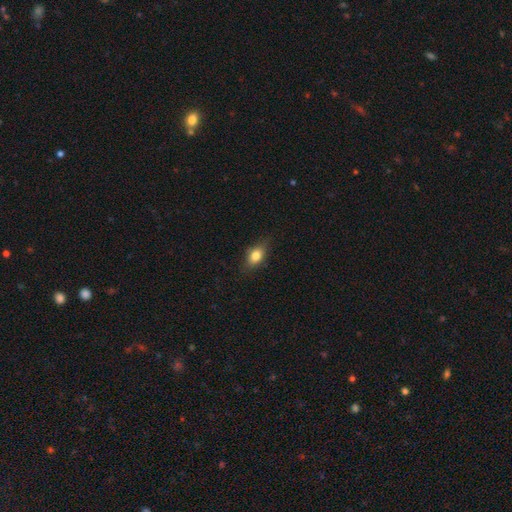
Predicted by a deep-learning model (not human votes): This is likely a smooth galaxy (79%). How rounded: likely in between (78%). Merging: likely none (79%).